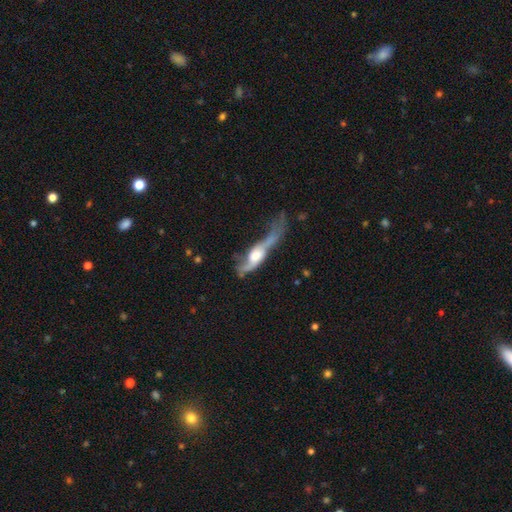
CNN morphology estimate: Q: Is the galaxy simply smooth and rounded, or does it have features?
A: featured or disk — 66%.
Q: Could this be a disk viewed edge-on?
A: no — 56%.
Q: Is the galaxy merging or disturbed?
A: major disturbance — 50%.